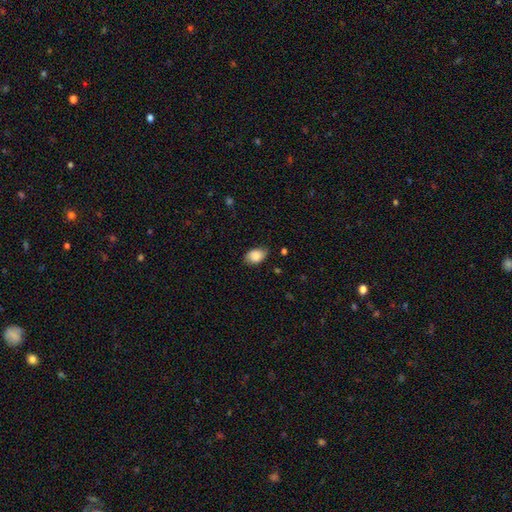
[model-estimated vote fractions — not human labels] Overall: smooth (85%). How rounded: in between (84%). Merging: none (75%).